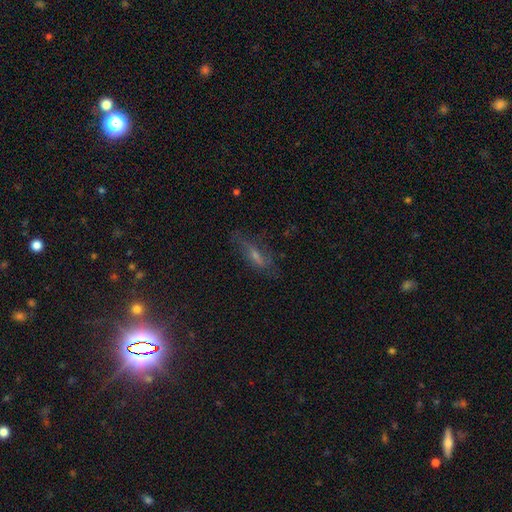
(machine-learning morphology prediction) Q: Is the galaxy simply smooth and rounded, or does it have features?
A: featured or disk — 44%.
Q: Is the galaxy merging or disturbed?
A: none — 65%.